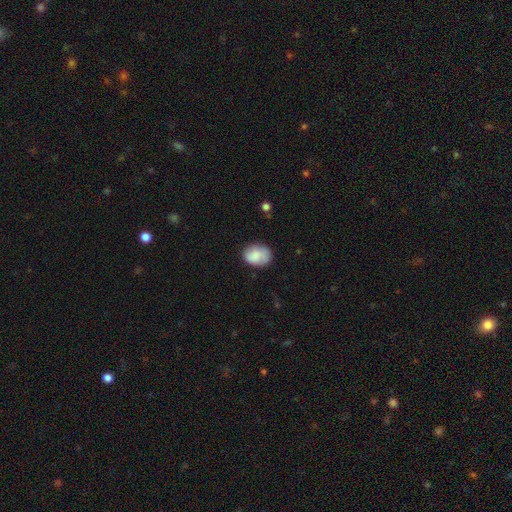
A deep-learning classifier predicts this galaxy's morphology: Smooth or featured?
  - smooth: 84% *
  - featured or disk: 9%
  - star or artifact: 7%
How rounded?
  - in between: 62% *
  - round: 37%
  - cigar-shaped: 1%
Merging?
  - none: 70% *
  - minor disturbance: 22%
  - major disturbance: 5%
  - merger: 2%